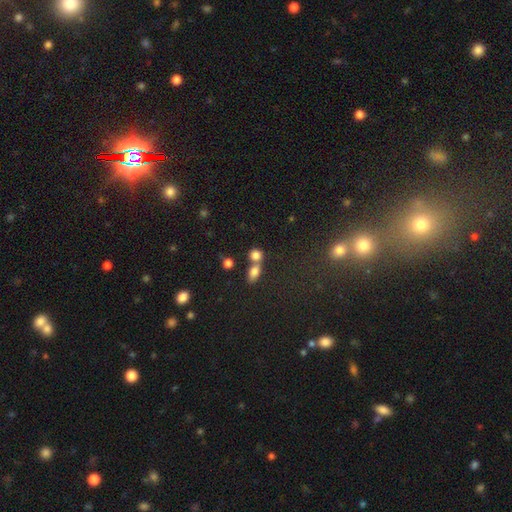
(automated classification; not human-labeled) Morphology: type=smooth (79%); roundness=round (61%); merging=merger (47%).